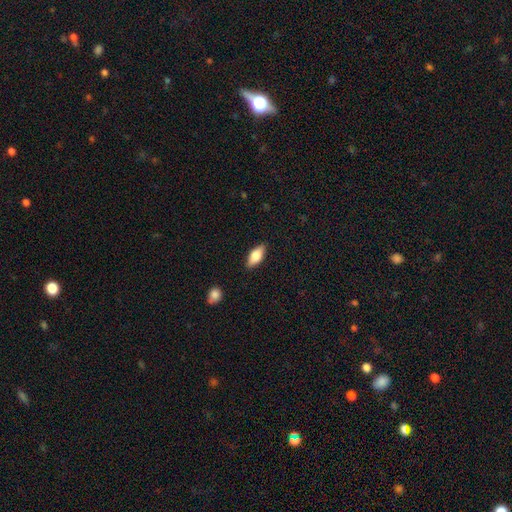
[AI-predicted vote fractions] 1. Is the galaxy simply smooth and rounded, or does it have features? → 74% smooth, 20% featured or disk, 7% star or artifact.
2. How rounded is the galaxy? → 84% in between, 14% cigar-shaped, 3% round.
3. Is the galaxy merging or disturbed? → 86% none, 11% minor disturbance, 2% major disturbance, 1% merger.